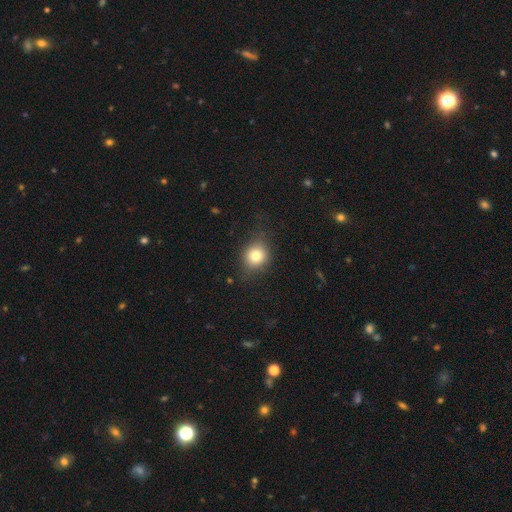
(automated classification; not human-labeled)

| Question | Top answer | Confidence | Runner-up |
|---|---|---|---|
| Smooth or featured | smooth | 78% | star or artifact (11%) |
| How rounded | round | 76% | in between (23%) |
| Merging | none | 76% | minor disturbance (17%) |